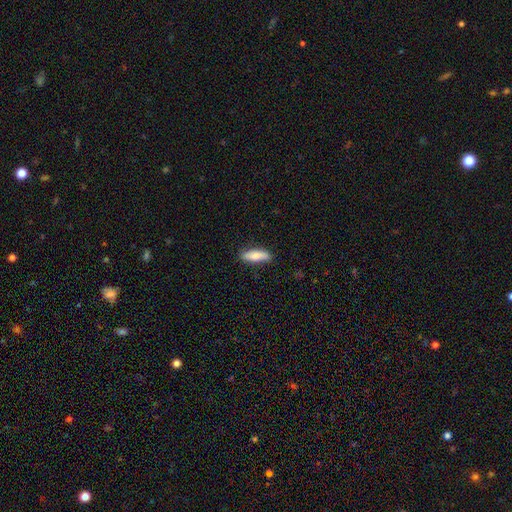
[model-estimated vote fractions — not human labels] This is likely a smooth galaxy (78%). How rounded: possibly in between (53%). Merging: clearly none (82%).